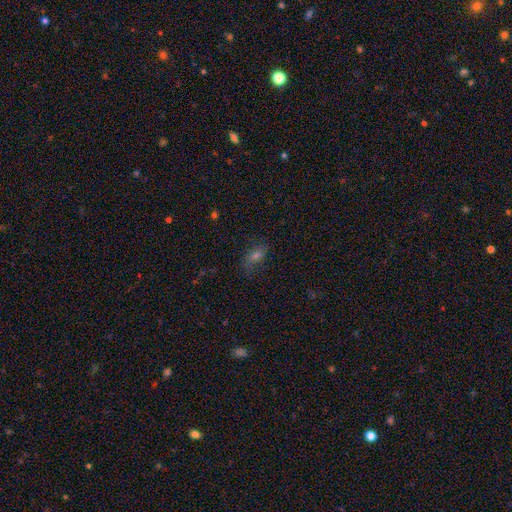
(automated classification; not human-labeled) The model was most divided on "smooth or featured": smooth: 49%, featured or disk: 27%, star or artifact: 23%. More confident: merging — none (69%).